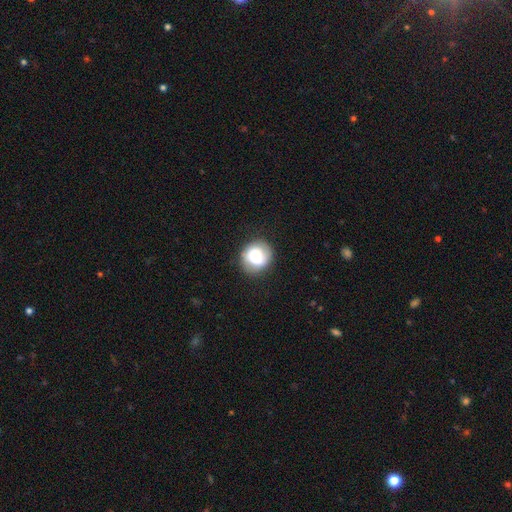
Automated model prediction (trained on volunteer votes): Q: Smooth or featured?
A: smooth (63%); runner-up: featured or disk (28%)
Q: How rounded?
A: round (87%); runner-up: in between (12%)
Q: Merging?
A: none (77%); runner-up: minor disturbance (16%)